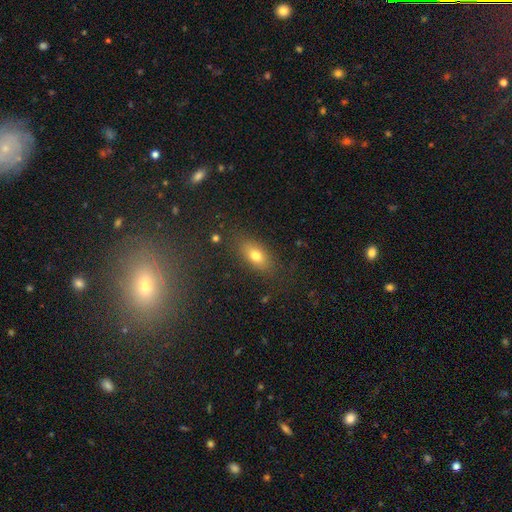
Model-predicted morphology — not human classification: smooth_or_featured: smooth (p=0.74) [alt: featured or disk p=0.15]
how_rounded: in between (p=0.80) [alt: round p=0.10]
merging: none (p=0.81) [alt: minor disturbance p=0.12]